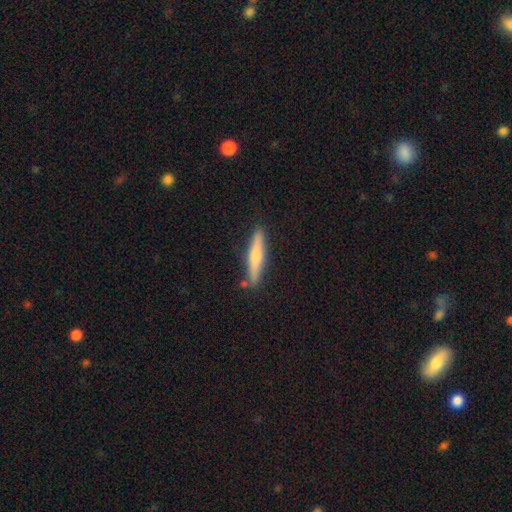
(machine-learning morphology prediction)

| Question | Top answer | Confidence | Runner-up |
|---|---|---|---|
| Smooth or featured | smooth | 48% | featured or disk (47%) |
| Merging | none | 85% | minor disturbance (10%) |